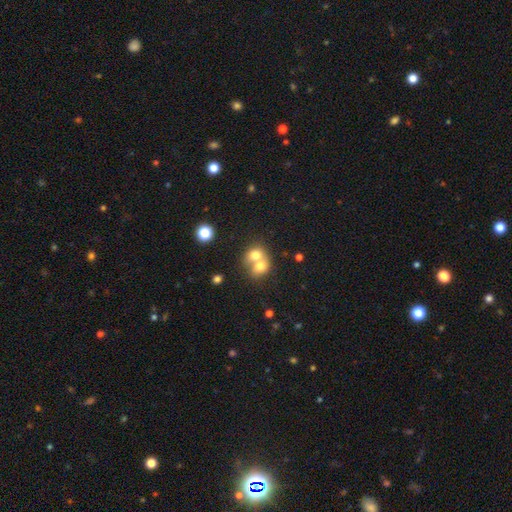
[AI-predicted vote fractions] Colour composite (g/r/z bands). It shows a smooth galaxy with no disk features (70%) that is round (61%). Merging: merger (74%).